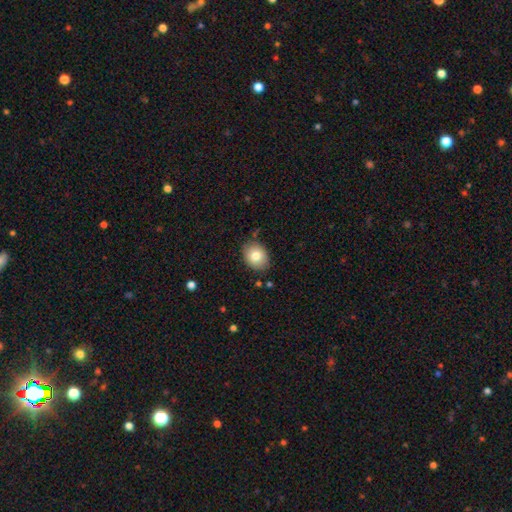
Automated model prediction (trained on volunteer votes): smooth-or-featured: smooth: 80% | featured or disk: 12% | star or artifact: 8%
  how-rounded: in between: 56% | round: 43% | cigar-shaped: 1%
  merging: none: 81% | minor disturbance: 14% | major disturbance: 3% | merger: 2%